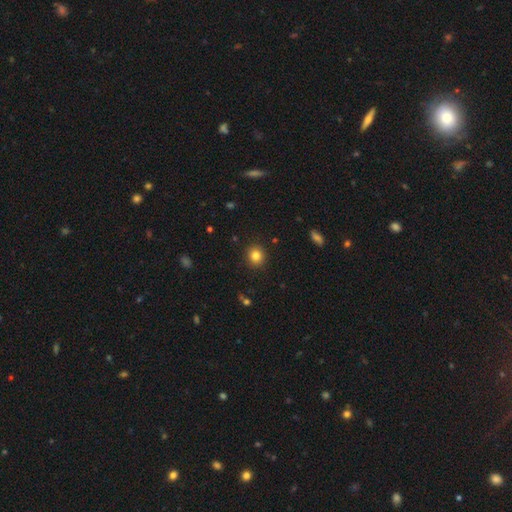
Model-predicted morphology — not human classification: type=smooth (82%); roundness=round (88%); merging=none (91%).